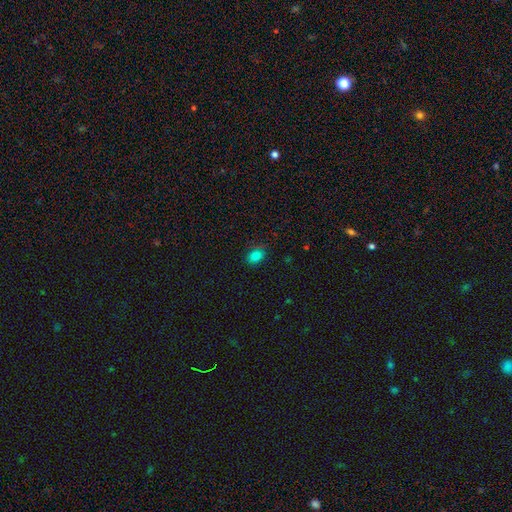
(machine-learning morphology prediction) The model was most divided on "how rounded": in between: 76%, round: 23%, cigar-shaped: 1%. More confident: smooth or featured — smooth (83%); merging — none (81%).